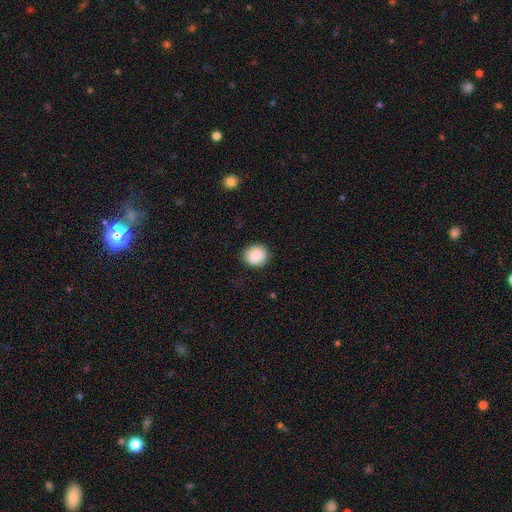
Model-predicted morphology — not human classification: Smooth or featured? Predicted: smooth (p=0.87). How rounded? Predicted: round (p=0.81). Merging? Predicted: none (p=0.83).